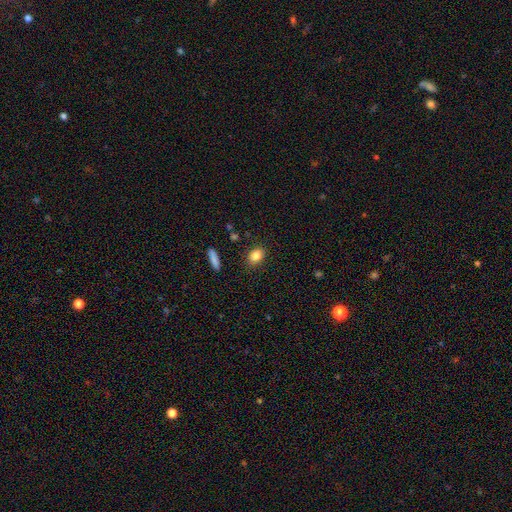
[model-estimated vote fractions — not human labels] Smooth or featured? Predicted: smooth (p=0.84). How rounded? Predicted: in between (p=0.68). Merging? Predicted: none (p=0.86).